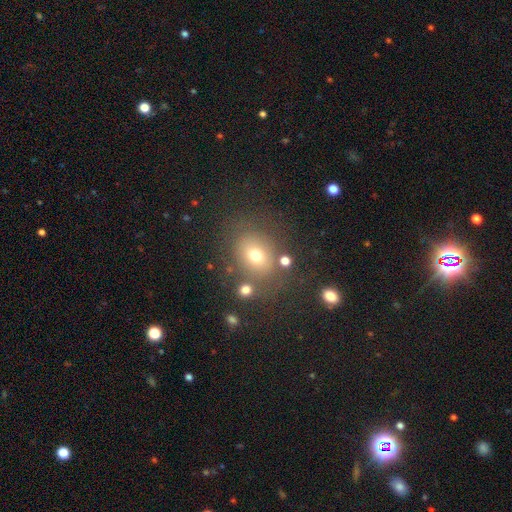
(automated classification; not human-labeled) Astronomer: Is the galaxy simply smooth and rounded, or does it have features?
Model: smooth — 70%.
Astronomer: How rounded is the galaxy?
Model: round — 56% (runner-up: in between, 43%).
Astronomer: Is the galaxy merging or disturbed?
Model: none — 73%.